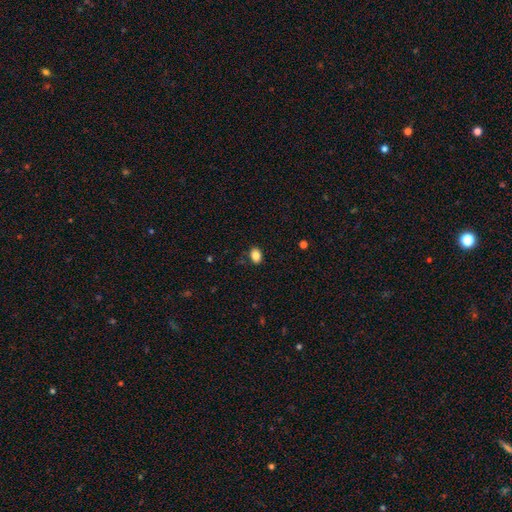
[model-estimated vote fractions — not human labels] Q: Smooth or featured?
A: smooth (85%); runner-up: star or artifact (9%)
Q: How rounded?
A: in between (75%); runner-up: round (24%)
Q: Merging?
A: none (86%); runner-up: minor disturbance (10%)